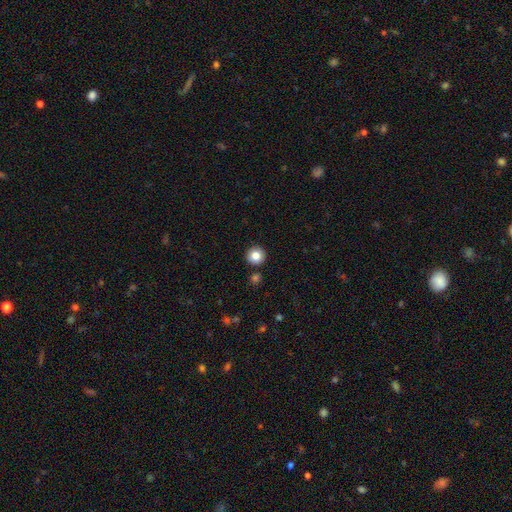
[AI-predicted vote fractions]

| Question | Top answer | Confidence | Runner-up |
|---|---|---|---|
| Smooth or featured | smooth | 83% | star or artifact (10%) |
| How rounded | round | 95% | in between (4%) |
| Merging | none | 90% | minor disturbance (5%) |